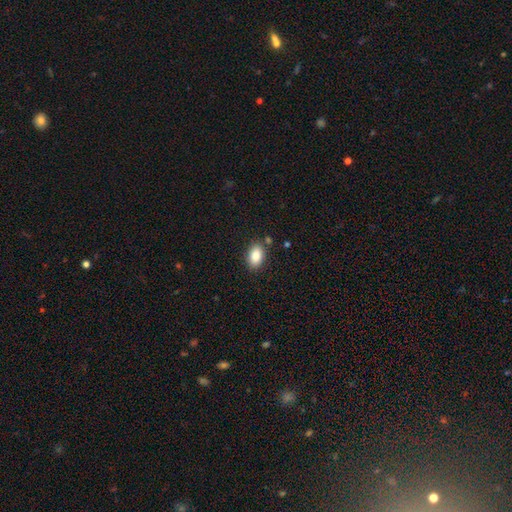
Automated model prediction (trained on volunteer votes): This is clearly a smooth galaxy (86%). How rounded: clearly in between (89%). Merging: clearly none (83%).